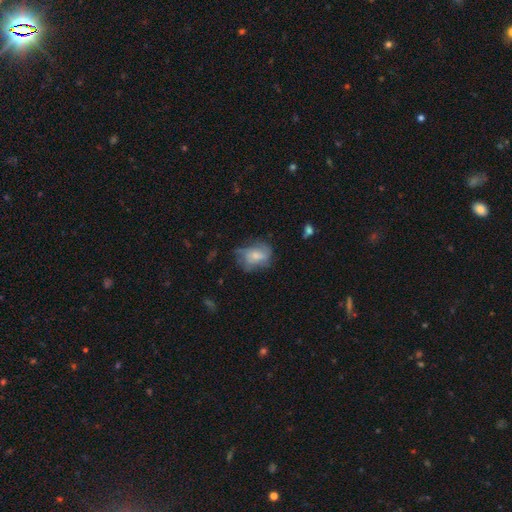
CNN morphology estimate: Q: Smooth or featured?
A: smooth (55%); runner-up: featured or disk (36%)
Q: How rounded?
A: in between (66%); runner-up: round (32%)
Q: Merging?
A: none (42%); runner-up: minor disturbance (32%)